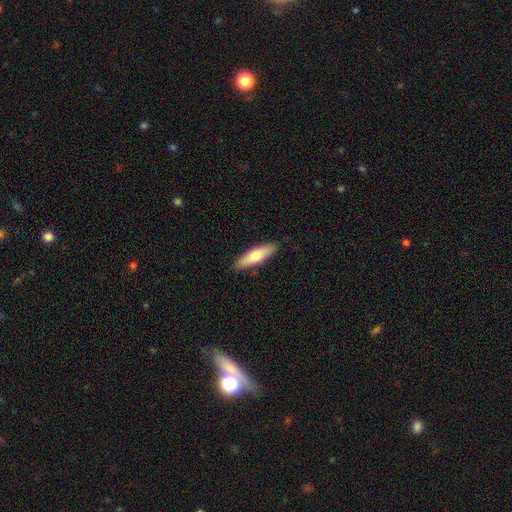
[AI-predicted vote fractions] This is likely a smooth galaxy (63%). How rounded: possibly cigar-shaped (60%). Merging: clearly none (88%).